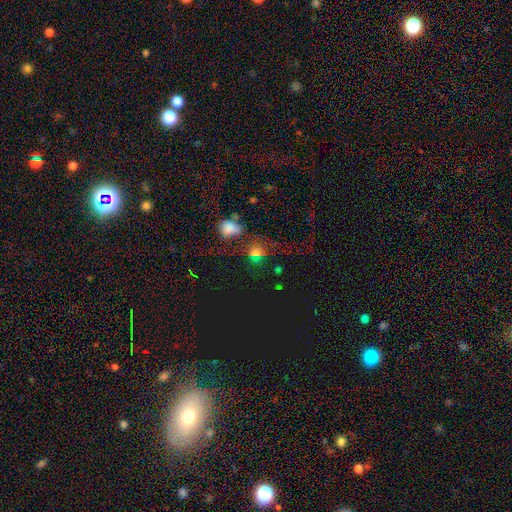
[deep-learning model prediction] star or artifact 47%, smooth 42%, featured or disk 10%.